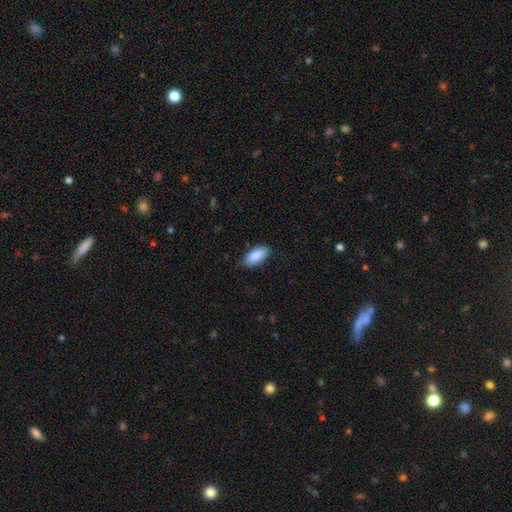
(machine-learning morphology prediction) Q: Smooth or featured?
A: smooth (87%); runner-up: featured or disk (7%)
Q: How rounded?
A: in between (89%); runner-up: cigar-shaped (9%)
Q: Merging?
A: none (79%); runner-up: minor disturbance (17%)